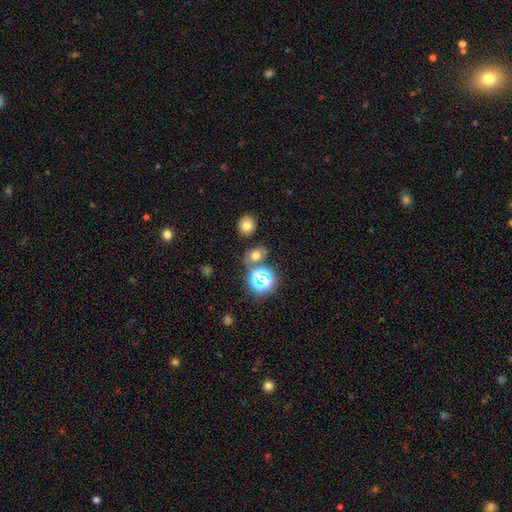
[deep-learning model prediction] This appears to be a smooth galaxy with no disk features (60%) that is round (54%). Merging: none (71%).